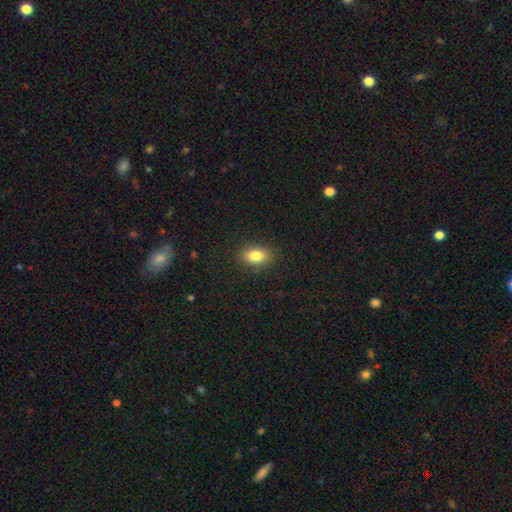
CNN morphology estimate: Smooth or featured? smooth (82%)
How rounded? in between (82%)
Merging? none (87%)